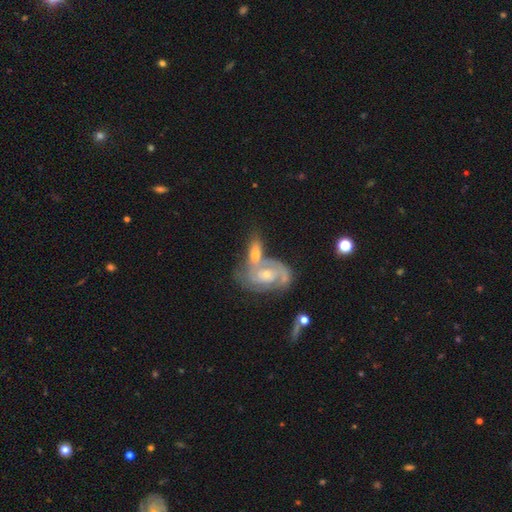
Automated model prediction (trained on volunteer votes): smooth-or-featured: featured or disk: 78% | smooth: 15% | star or artifact: 7%
  disk-edge-on: no: 94% | yes: 6%
    bar: no: 56% | weak: 36% | strong: 8%
    has-spiral-arms: yes: 91% | no: 9%
      spiral-winding: tight: 51% | medium: 38% | loose: 11%
      spiral-arm-count: 2: 58% | can't tell: 23% | 3: 9% | 1: 5% | 4: 3% | more than 4: 2%
    bulge-size: small: 50% | moderate: 44% | large: 2% | none: 2% | dominant: 1%
  merging: merger: 49% | none: 33% | minor disturbance: 12% | major disturbance: 6%